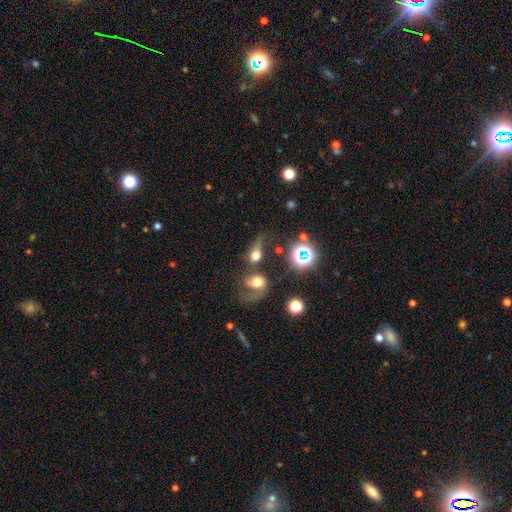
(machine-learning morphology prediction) A smooth galaxy with no disk features (56%) that is round (56%).

Vote fractions:
- Smooth or featured? smooth: 56% / featured or disk: 25% / star or artifact: 19%
- How rounded? round: 56% / in between: 40% / cigar-shaped: 3%
- Merging? merger: 36% / major disturbance: 29% / none: 22% / minor disturbance: 13%